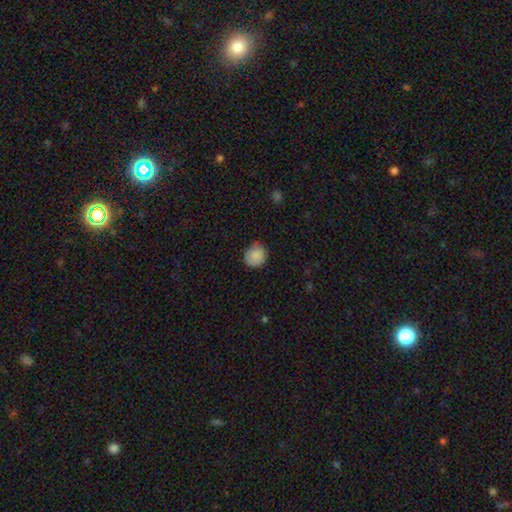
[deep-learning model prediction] This appears to be a smooth galaxy with no disk features (87%) that is round (82%). Merging: none (74%).